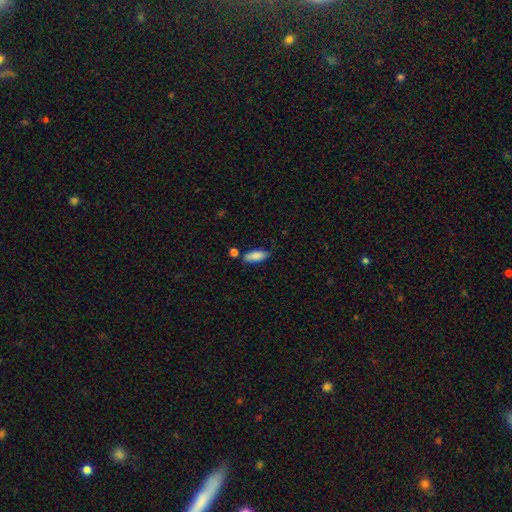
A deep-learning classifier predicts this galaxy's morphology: Smooth or featured? Predicted: smooth (p=0.87). How rounded? Predicted: in between (p=0.75). Merging? Predicted: none (p=0.72).